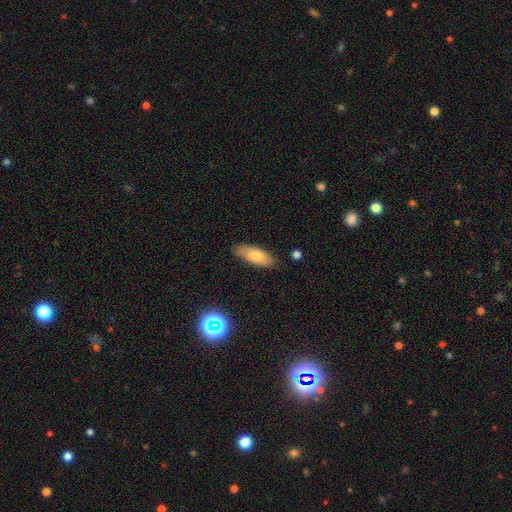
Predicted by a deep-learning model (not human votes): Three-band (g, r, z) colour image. It shows a smooth galaxy with no disk features (73%) that is in between round and cigar-shaped (72%). Merging: none (82%).